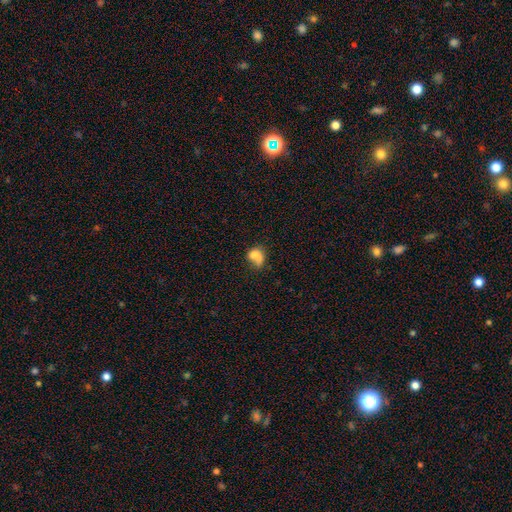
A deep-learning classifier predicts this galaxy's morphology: This is likely a smooth galaxy (68%). How rounded: possibly in between (55%). Merging: marginally none (28%, tied with merger).